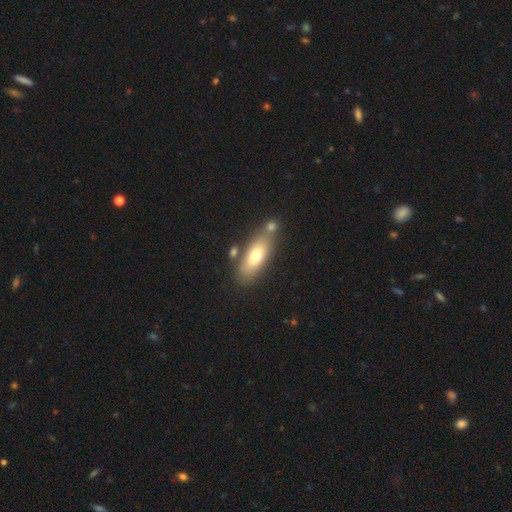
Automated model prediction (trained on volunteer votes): A smooth galaxy with no disk features (69%) that is in between round and cigar-shaped (68%). Merging: none (64%).